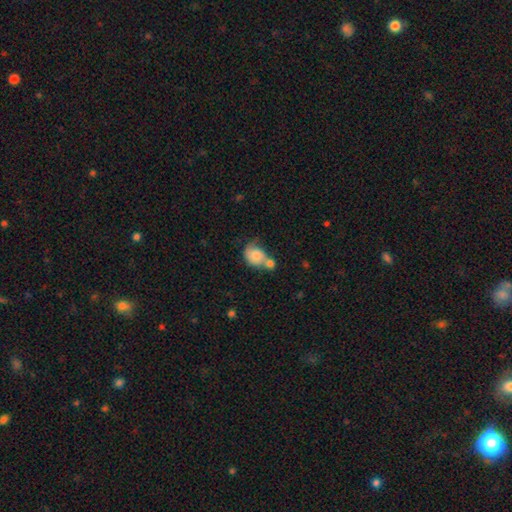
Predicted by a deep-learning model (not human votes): smooth-or-featured: smooth: 77% | featured or disk: 15% | star or artifact: 8%
  how-rounded: in between: 50% | round: 49% | cigar-shaped: 1%
  merging: merger: 54% | none: 23% | minor disturbance: 14% | major disturbance: 9%